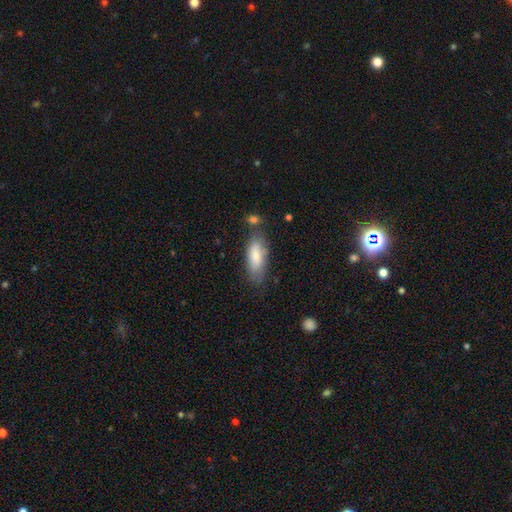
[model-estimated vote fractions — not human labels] This is likely a smooth galaxy (79%). How rounded: likely in between (74%). Merging: likely none (65%).